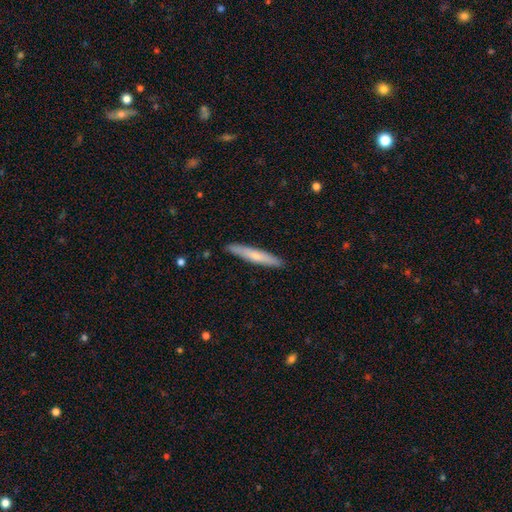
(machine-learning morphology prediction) This is possibly a smooth galaxy (60%). How rounded: clearly cigar-shaped (94%). Merging: clearly none (90%).